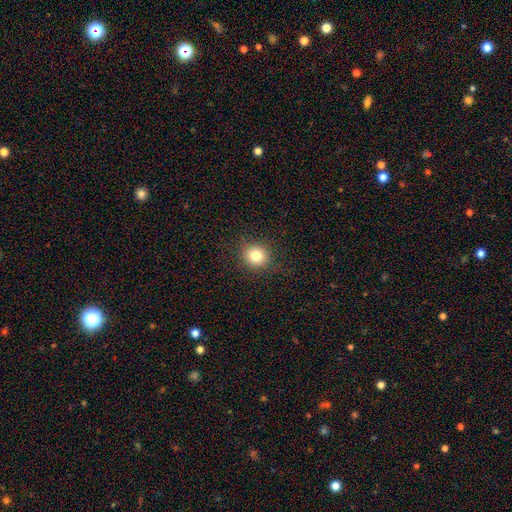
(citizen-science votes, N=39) This is likely a smooth galaxy (74%). How rounded: clearly round (90%). Merging: clearly none (97%).